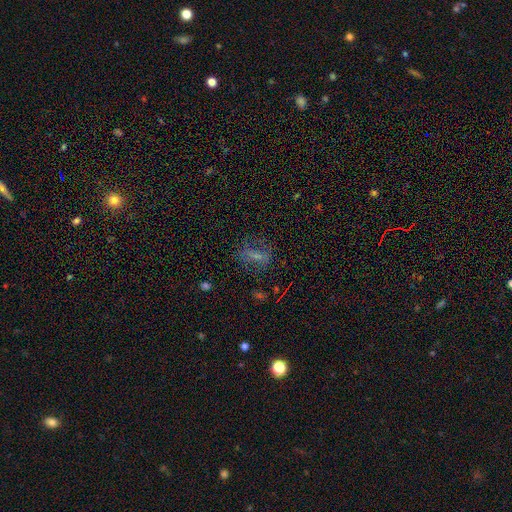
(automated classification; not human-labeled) smooth 46%, featured or disk 32%, star or artifact 22%. Down the decision tree: merging — none (63%).